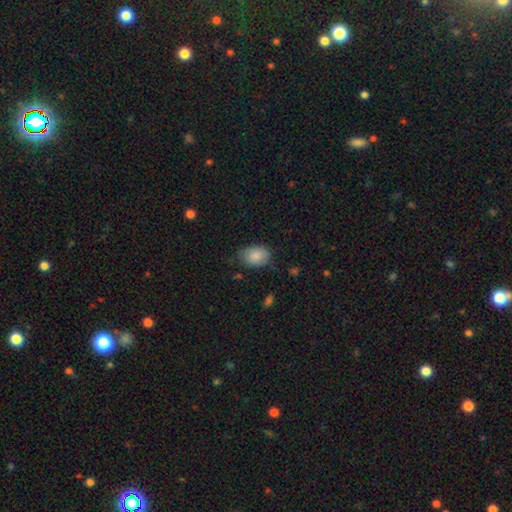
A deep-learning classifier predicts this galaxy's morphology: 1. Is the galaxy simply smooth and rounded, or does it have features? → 84% smooth, 9% featured or disk, 7% star or artifact.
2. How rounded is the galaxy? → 80% in between, 19% round, 1% cigar-shaped.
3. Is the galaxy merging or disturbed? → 68% none, 25% minor disturbance, 6% major disturbance, 1% merger.